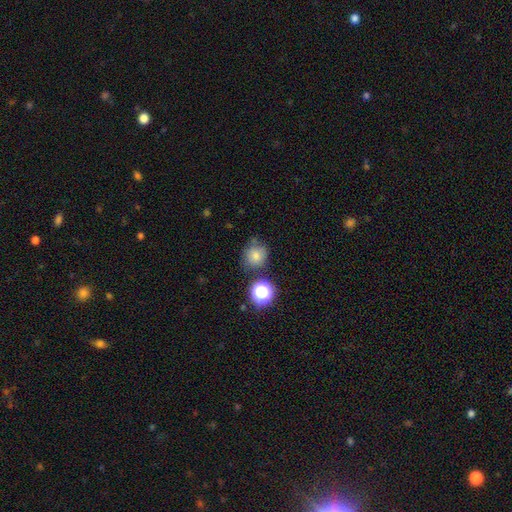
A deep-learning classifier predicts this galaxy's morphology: This is likely a smooth galaxy (64%). How rounded: clearly round (86%). Merging: likely none (71%).